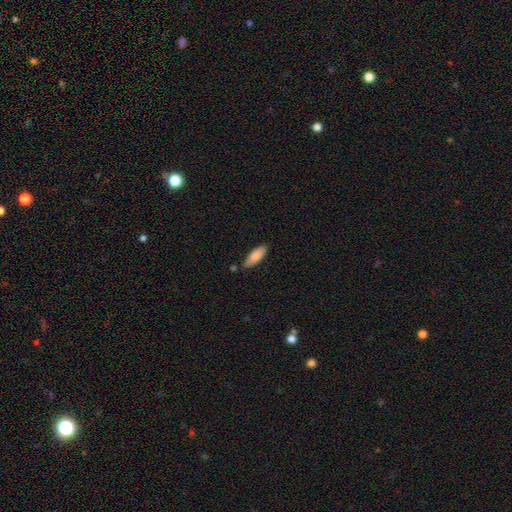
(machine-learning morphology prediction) A smooth galaxy with no disk features (84%) that is in between round and cigar-shaped (61%).

Vote fractions:
- Smooth or featured? smooth: 84% / featured or disk: 10% / star or artifact: 6%
- How rounded? in between: 61% / cigar-shaped: 37% / round: 2%
- Merging? none: 74% / minor disturbance: 18% / merger: 5% / major disturbance: 3%